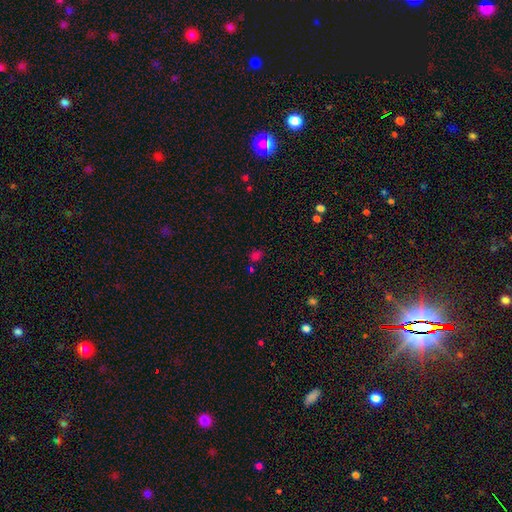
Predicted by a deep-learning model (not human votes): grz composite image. It shows a smooth galaxy with no disk features (65%) that is round (69%). Merging: none (72%).